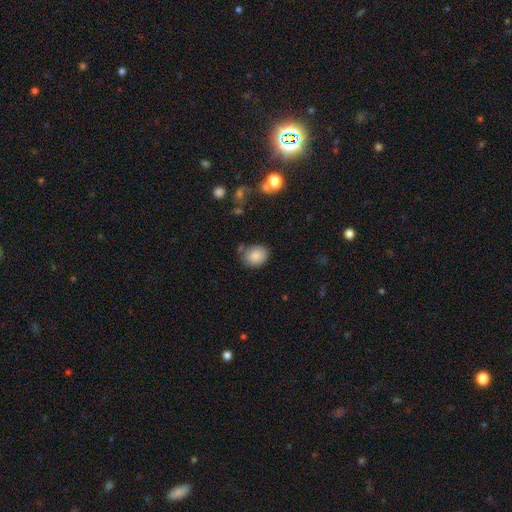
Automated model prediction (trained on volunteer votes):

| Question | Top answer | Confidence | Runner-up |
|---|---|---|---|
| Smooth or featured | smooth | 86% | star or artifact (8%) |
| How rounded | in between | 52% | round (47%) |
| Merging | none | 73% | minor disturbance (17%) |